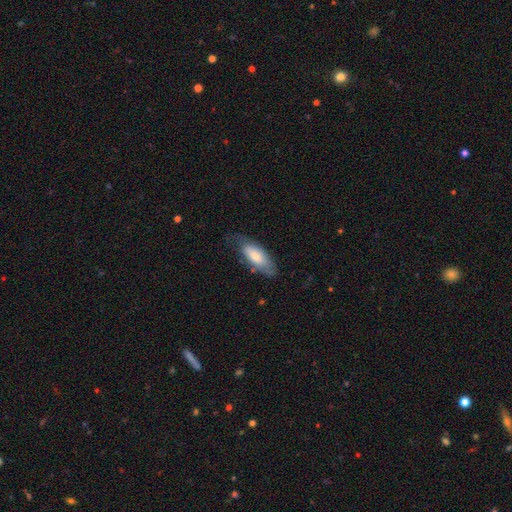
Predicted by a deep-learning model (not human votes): This is likely a smooth galaxy (69%). How rounded: likely in between (79%). Merging: possibly none (57%).